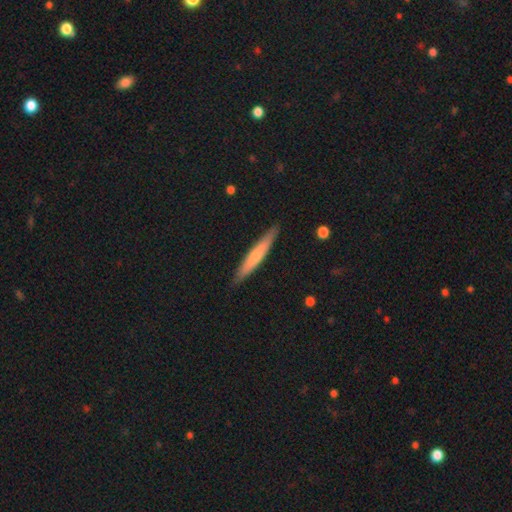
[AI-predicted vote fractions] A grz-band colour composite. It shows a smooth galaxy with no disk features (60%) that is cigar-shaped (95%). Merging: none (90%).